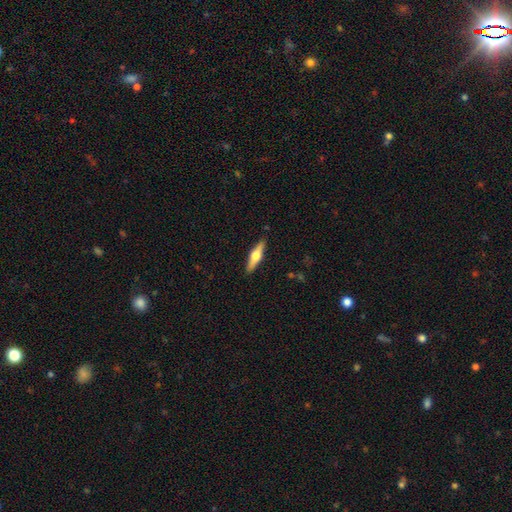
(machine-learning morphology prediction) smooth-or-featured: featured or disk: 60% | smooth: 35% | star or artifact: 5%
  disk-edge-on: yes: 95% | no: 5%
    edge-on-bulge: rounded: 95% | boxy: 4% | none: 2%
  merging: none: 90% | minor disturbance: 8% | major disturbance: 2% | merger: 1%